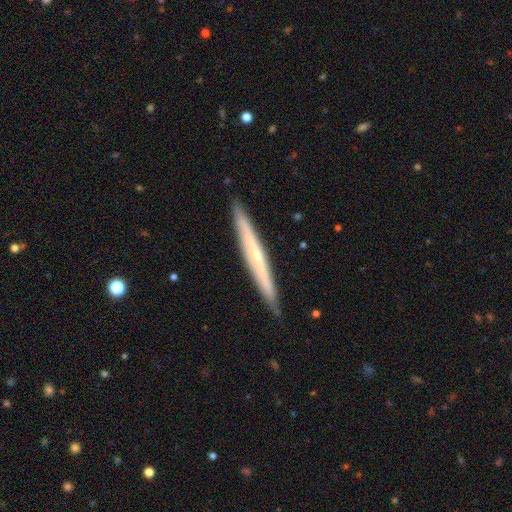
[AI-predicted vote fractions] Smooth or featured: featured or disk — 53% (smooth — 41%)
Edge-on disk: yes — 95% (no — 5%)
Edge-on bulge: none — 73% (rounded — 22%)
Merging: none — 90% (minor disturbance — 7%)